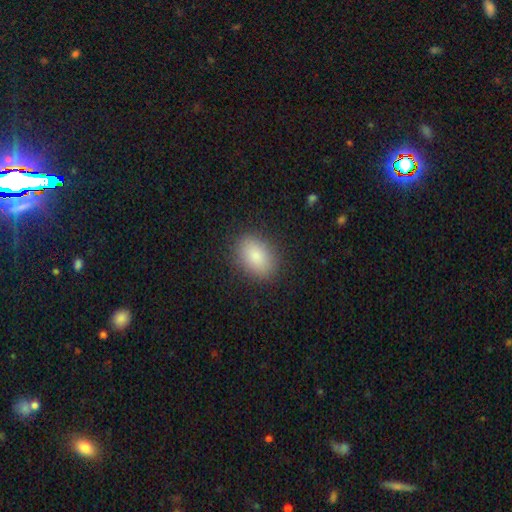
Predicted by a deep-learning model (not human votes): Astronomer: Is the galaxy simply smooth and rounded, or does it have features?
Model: smooth — 86%.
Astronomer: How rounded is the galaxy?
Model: in between — 80%.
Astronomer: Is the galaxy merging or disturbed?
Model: none — 87%.